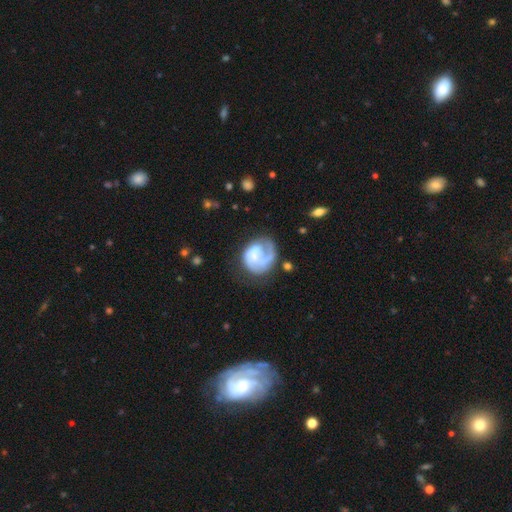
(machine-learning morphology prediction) The model was most divided on "bulge size": small: 36%, none: 34%, moderate: 22%, large: 6%, dominant: 2%. Remaining: edge-on disk — no (98%); spiral arms — yes (89%); smooth or featured — featured or disk (72%); spiral arm count — 1 (65%); bar — no (64%); merging — none (50%); spiral winding — medium (38%).